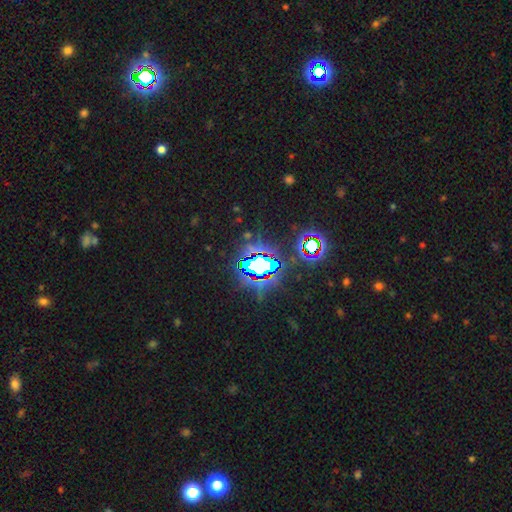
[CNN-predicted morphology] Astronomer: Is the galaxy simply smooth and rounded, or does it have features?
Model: star or artifact — 74%.